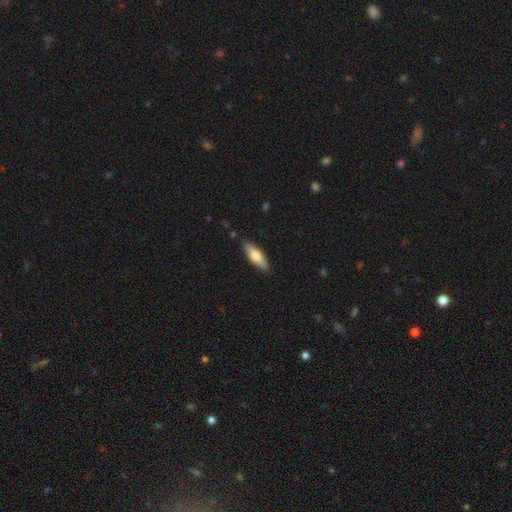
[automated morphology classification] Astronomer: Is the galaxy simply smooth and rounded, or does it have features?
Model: smooth — 65%.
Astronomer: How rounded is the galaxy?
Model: cigar-shaped — 57% (runner-up: in between, 41%).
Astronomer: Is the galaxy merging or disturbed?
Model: none — 86%.